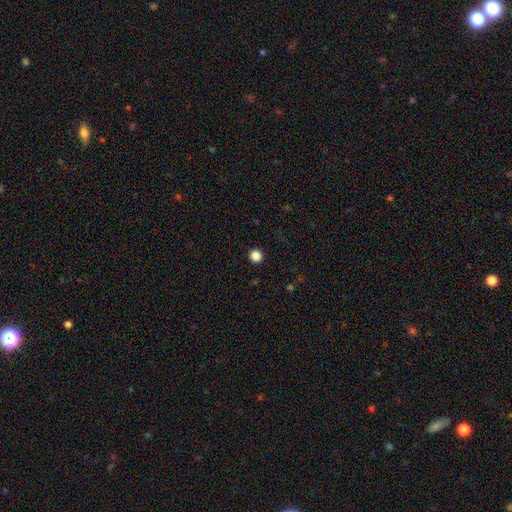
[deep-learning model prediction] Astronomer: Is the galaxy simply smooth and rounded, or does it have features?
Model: smooth — 86%.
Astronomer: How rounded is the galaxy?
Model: round — 89%.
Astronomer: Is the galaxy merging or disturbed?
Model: none — 93%.